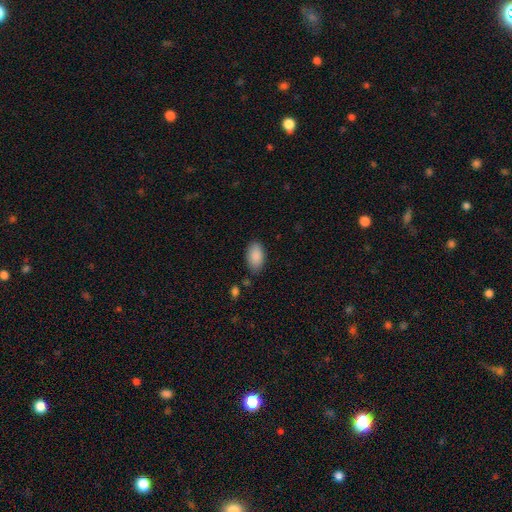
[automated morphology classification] Q: Smooth or featured?
A: smooth (89%); runner-up: star or artifact (7%)
Q: How rounded?
A: in between (94%); runner-up: round (4%)
Q: Merging?
A: none (81%); runner-up: minor disturbance (13%)